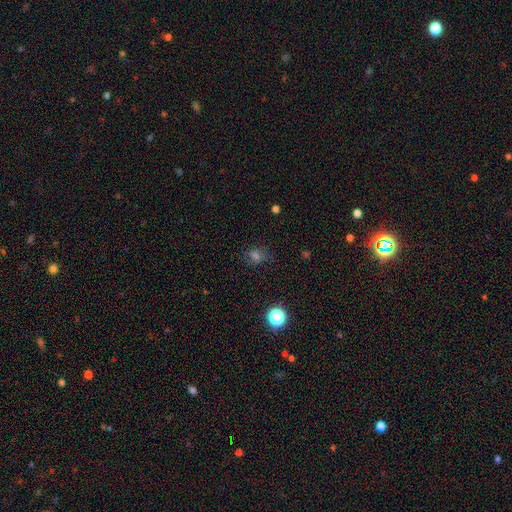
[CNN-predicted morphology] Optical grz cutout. It shows a smooth galaxy with no disk features (57%) that is round (55%). Merging: none (73%).